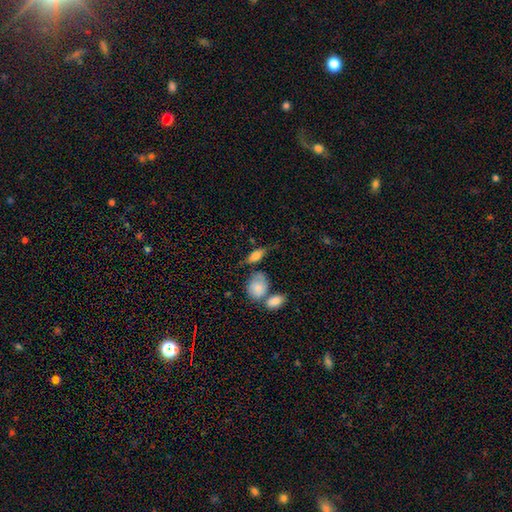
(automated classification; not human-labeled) smooth-or-featured: smooth: 72% | featured or disk: 20% | star or artifact: 8%
  how-rounded: in between: 77% | cigar-shaped: 13% | round: 10%
  merging: none: 50% | minor disturbance: 25% | merger: 15% | major disturbance: 11%